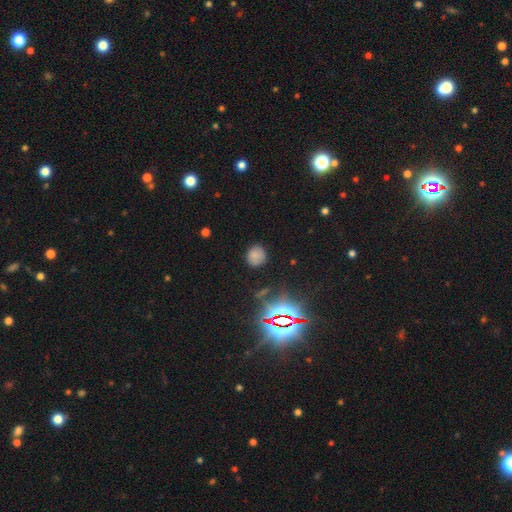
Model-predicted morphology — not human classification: smooth-or-featured: smooth: 72% | star or artifact: 20% | featured or disk: 9%
  how-rounded: round: 84% | in between: 15% | cigar-shaped: 1%
  merging: none: 83% | minor disturbance: 12% | major disturbance: 3% | merger: 2%